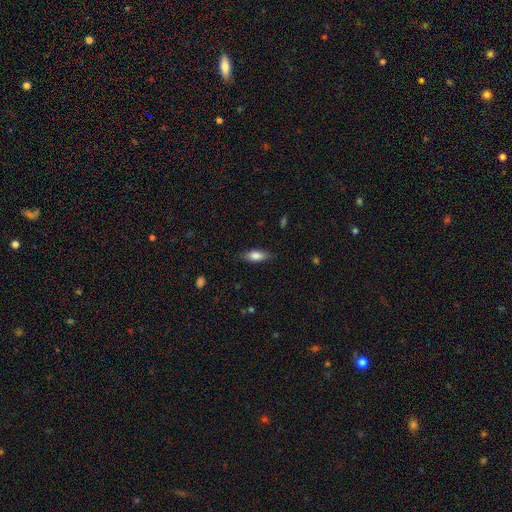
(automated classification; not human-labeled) Smooth or featured: smooth — 78% (featured or disk — 15%)
How rounded: in between — 73% (cigar-shaped — 25%)
Merging: none — 82% (minor disturbance — 14%)